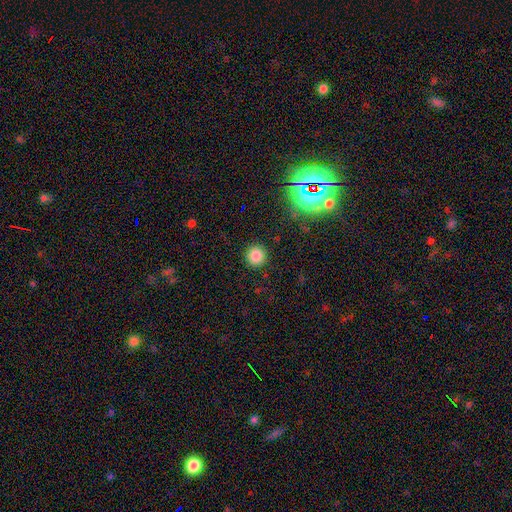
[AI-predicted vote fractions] A smooth galaxy with no disk features (83%) that is round (95%). Merging: none (91%).